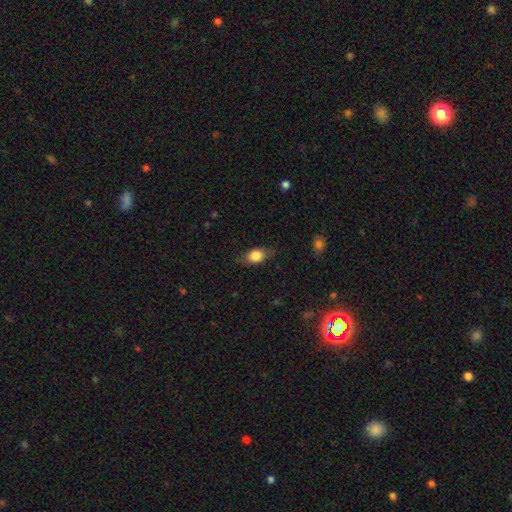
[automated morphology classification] This appears to be a smooth galaxy with no disk features (75%) that is in between round and cigar-shaped (74%). Merging: none (75%).